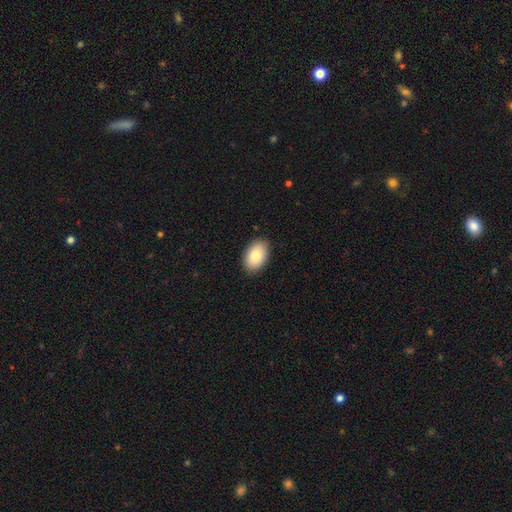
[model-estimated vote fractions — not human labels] Smooth or featured? Predicted: smooth (p=0.84). How rounded? Predicted: in between (p=0.91). Merging? Predicted: none (p=0.88).